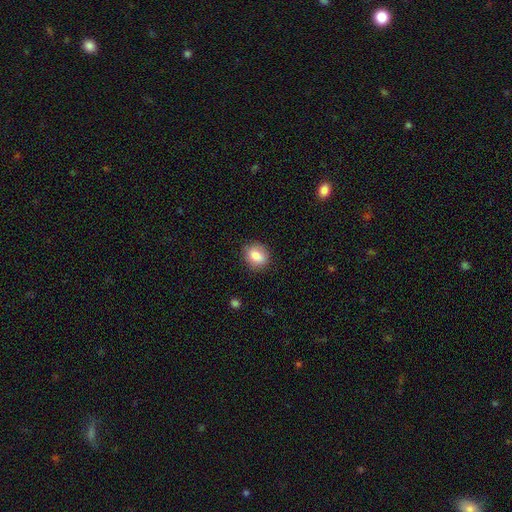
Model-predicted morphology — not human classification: smooth-or-featured: smooth: 82% | featured or disk: 10% | star or artifact: 9%
  how-rounded: round: 66% | in between: 33% | cigar-shaped: 1%
  merging: none: 84% | minor disturbance: 11% | major disturbance: 3% | merger: 1%